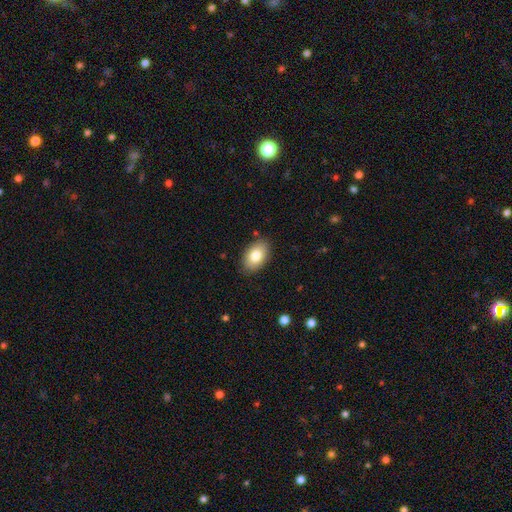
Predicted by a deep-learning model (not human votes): Smooth or featured? Predicted: smooth (p=0.81). How rounded? Predicted: in between (p=0.91). Merging? Predicted: none (p=0.86).